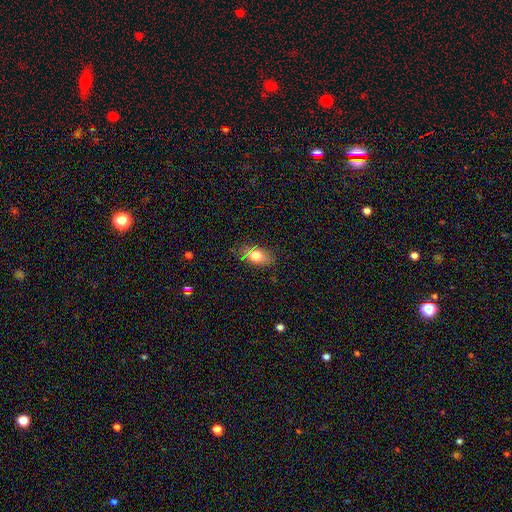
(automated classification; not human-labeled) smooth 69%, star or artifact 16%, featured or disk 15%. Down the decision tree: how rounded — in between (77%); merging — none (79%).